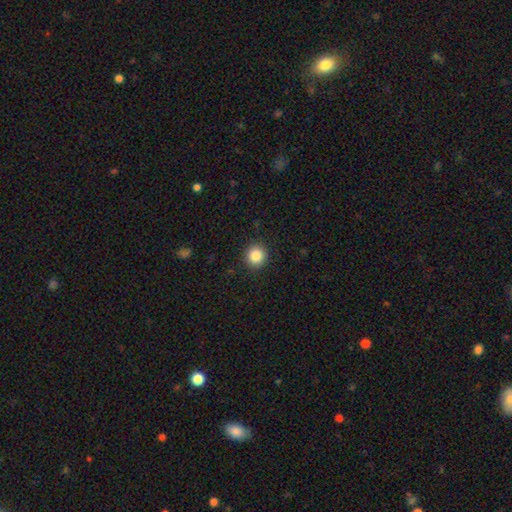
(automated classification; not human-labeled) A smooth galaxy with no disk features (85%) that is round (92%).

Vote fractions:
- Smooth or featured? smooth: 85% / star or artifact: 10% / featured or disk: 4%
- How rounded? round: 92% / in between: 7% / cigar-shaped: 1%
- Merging? none: 92% / minor disturbance: 5% / major disturbance: 2% / merger: 1%